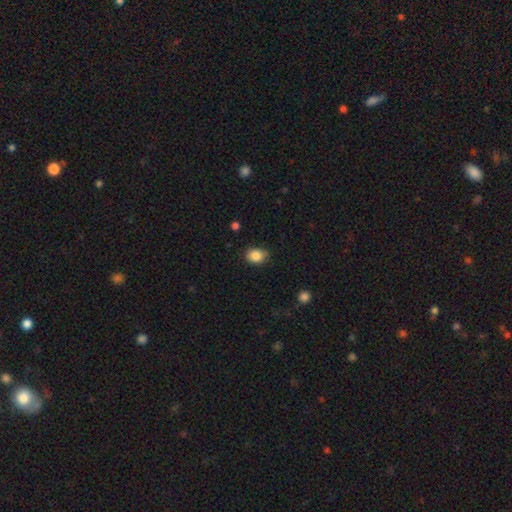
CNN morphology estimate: Smooth or featured? Predicted: smooth (p=0.87). How rounded? Predicted: in between (p=0.55). Merging? Predicted: none (p=0.80).